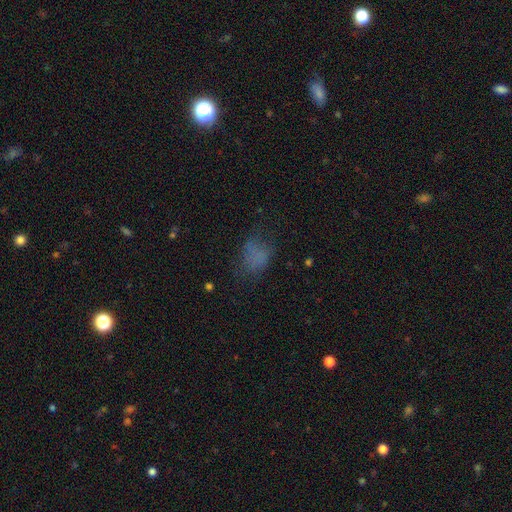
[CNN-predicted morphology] smooth 63%, star or artifact 20%, featured or disk 17%. Down the decision tree: how rounded — in between (73%); merging — none (51%).